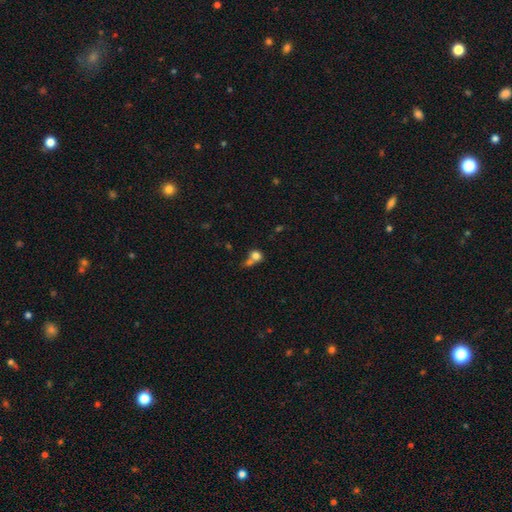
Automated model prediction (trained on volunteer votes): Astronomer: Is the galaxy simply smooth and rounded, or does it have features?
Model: smooth — 77%.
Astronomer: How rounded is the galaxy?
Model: round — 72%.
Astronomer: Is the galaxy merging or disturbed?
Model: merger — 49% (runner-up: none, 32%).